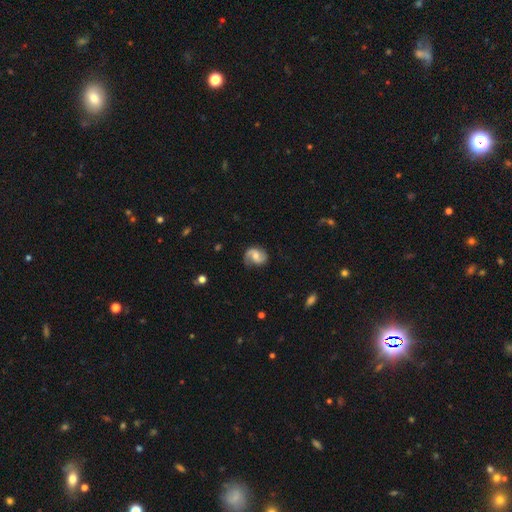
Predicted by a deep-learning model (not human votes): This appears to be a featured or disk galaxy (75%) with no bar (45%), 2 (81%) medium (45%) spiral arms (95%) and a moderate central bulge (53%). Merging: none (71%).